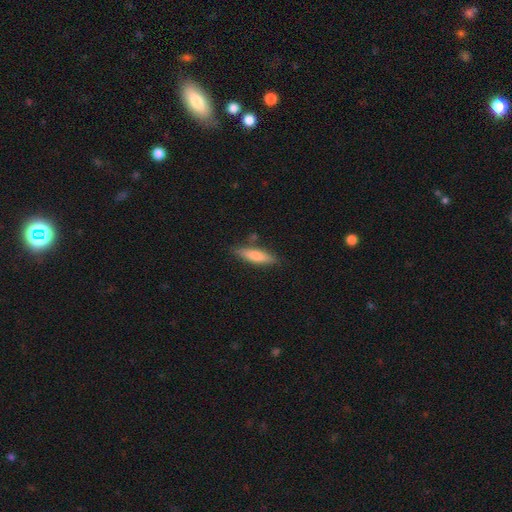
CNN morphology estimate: Overall: smooth (69%). How rounded: cigar-shaped (73%). Merging: none (82%).